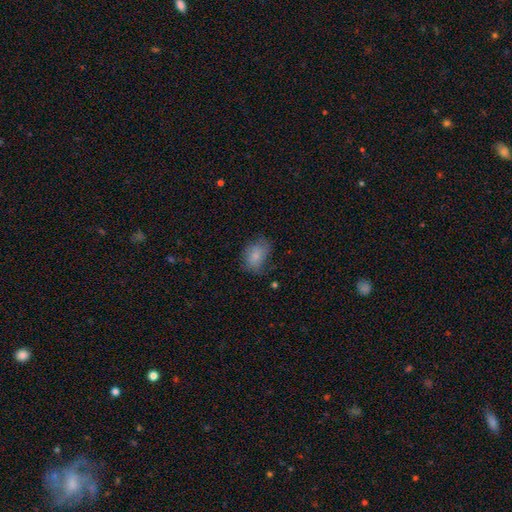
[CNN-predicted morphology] The model was most divided on "merging": none: 55%, minor disturbance: 30%, major disturbance: 13%, merger: 2%. More confident: smooth or featured — smooth (76%); how rounded — in between (70%).